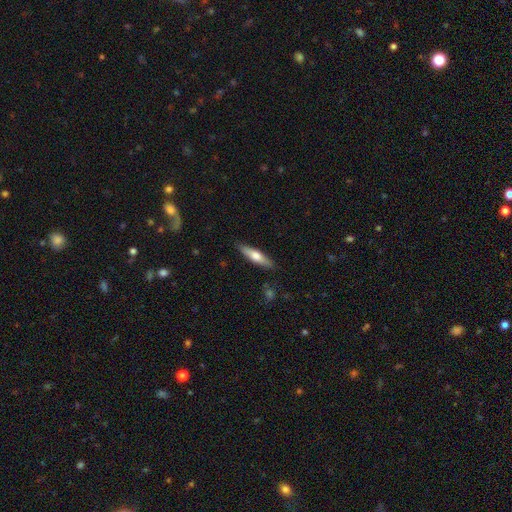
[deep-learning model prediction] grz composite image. It shows a smooth galaxy with no disk features (58%) that is cigar-shaped (73%). Merging: none (88%).